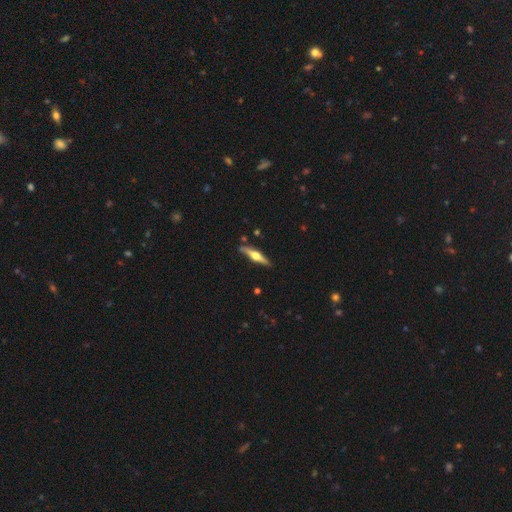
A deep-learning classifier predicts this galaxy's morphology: The model was most divided on "smooth or featured": featured or disk: 67%, smooth: 28%, star or artifact: 5%. More confident: edge-on disk — yes (96%); edge-on bulge — rounded (94%); merging — none (84%).